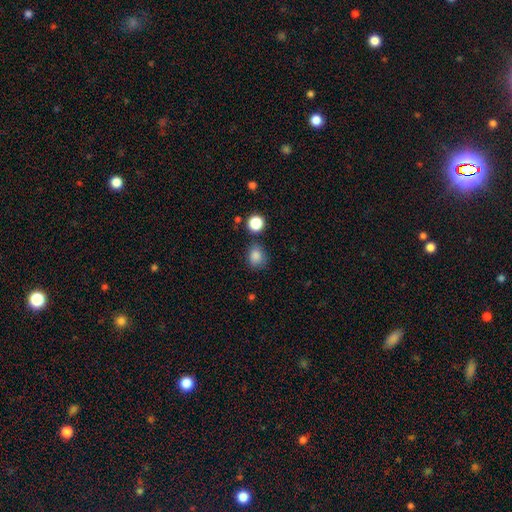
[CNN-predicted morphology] This appears to be a smooth galaxy with no disk features (84%) that is round (64%). Merging: none (73%).